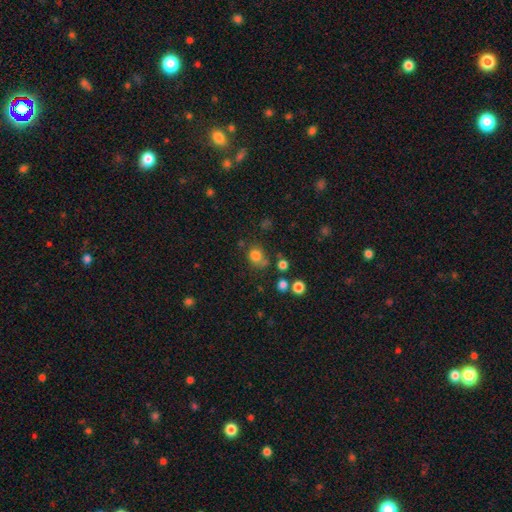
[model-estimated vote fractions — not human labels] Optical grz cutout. It shows a smooth galaxy with no disk features (78%) that is round (69%). Merging: none (58%).